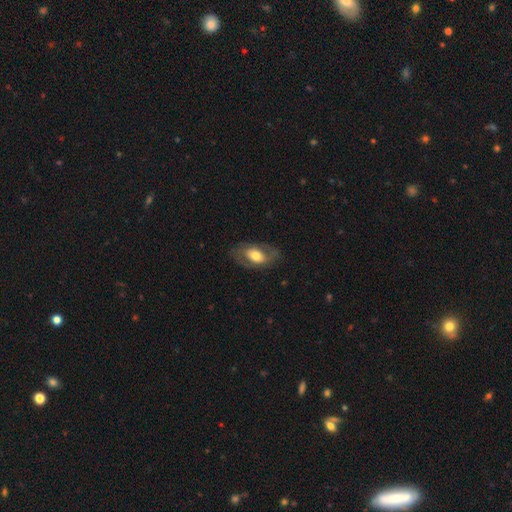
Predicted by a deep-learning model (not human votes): A featured or disk galaxy (51%). Merging: none (74%).